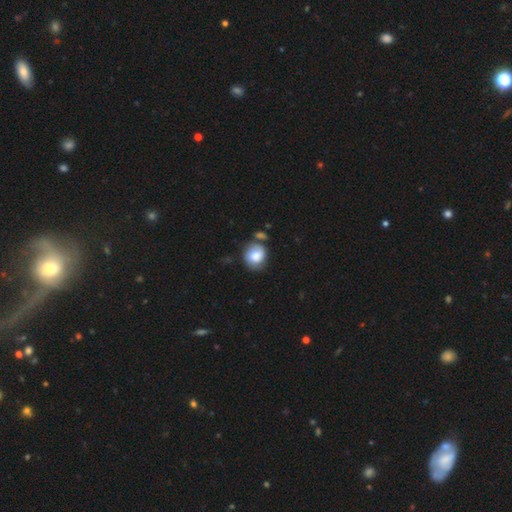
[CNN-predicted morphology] Smooth or featured? Predicted: smooth (p=0.78). How rounded? Predicted: round (p=0.73). Merging? Predicted: none (p=0.59).